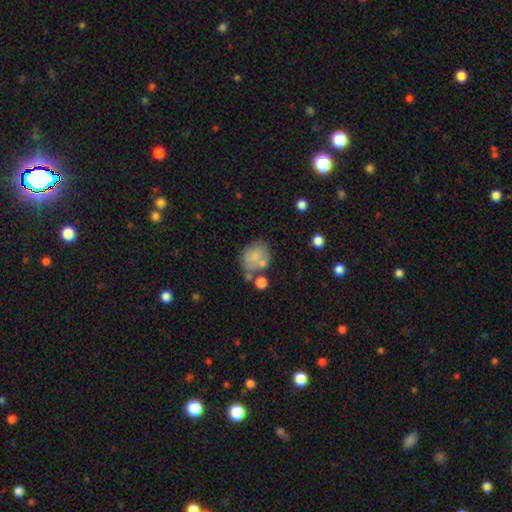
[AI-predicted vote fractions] Morphology: type=smooth (70%); roundness=round (52%); merging=none (50%).